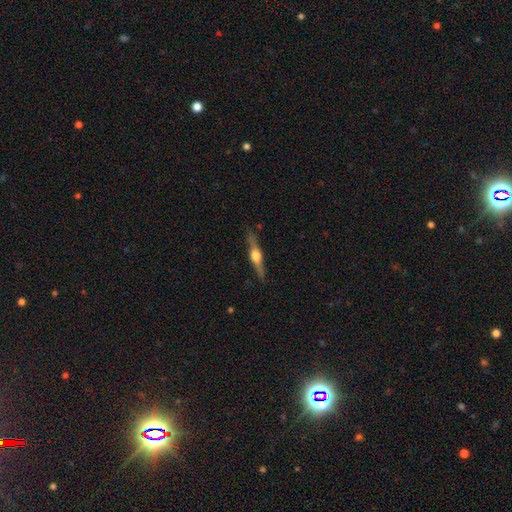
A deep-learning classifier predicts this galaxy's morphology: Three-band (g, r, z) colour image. It shows a featured or disk galaxy (74%) viewed edge-on (98%) with a rounded central bulge (93%). Merging: none (87%).